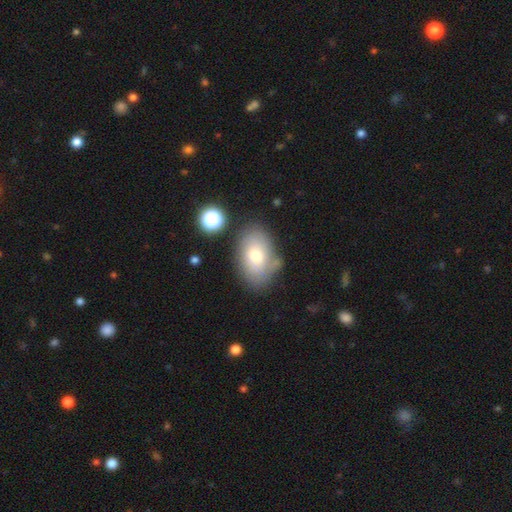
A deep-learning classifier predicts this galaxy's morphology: Smooth or featured? smooth (70%)
How rounded? in between (87%)
Merging? none (68%)